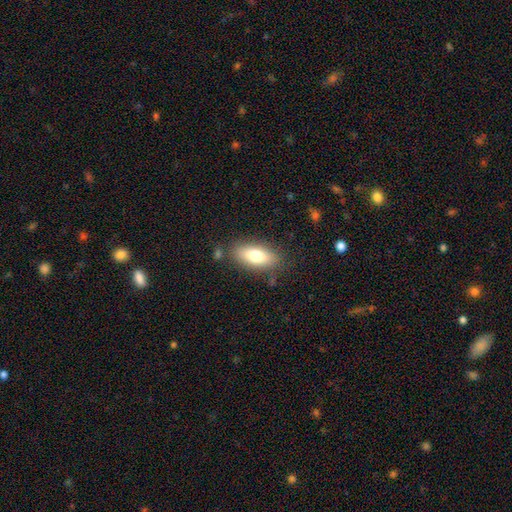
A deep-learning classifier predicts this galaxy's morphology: Q: Smooth or featured?
A: smooth (75%); runner-up: featured or disk (18%)
Q: How rounded?
A: in between (83%); runner-up: cigar-shaped (13%)
Q: Merging?
A: none (81%); runner-up: minor disturbance (13%)